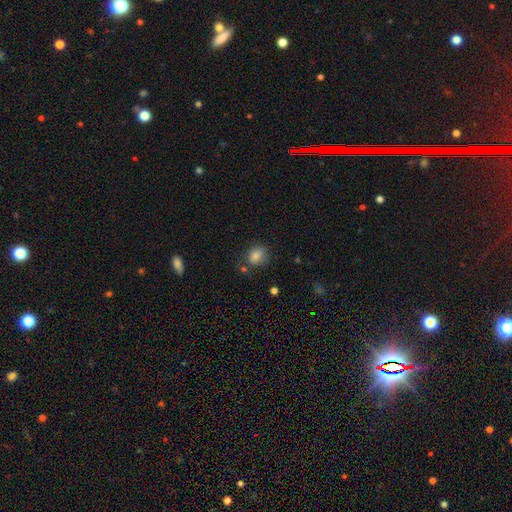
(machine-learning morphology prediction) Smooth or featured?
  - smooth: 80% *
  - star or artifact: 12%
  - featured or disk: 8%
How rounded?
  - in between: 59% *
  - round: 39%
  - cigar-shaped: 1%
Merging?
  - none: 69% *
  - minor disturbance: 19%
  - merger: 6%
  - major disturbance: 6%